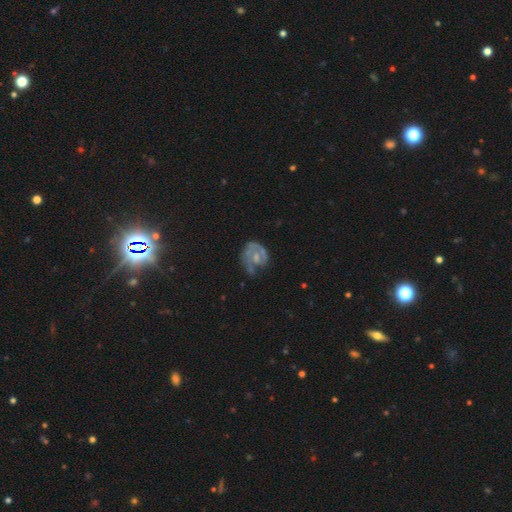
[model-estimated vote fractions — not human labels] smooth-or-featured: featured or disk: 67% | smooth: 25% | star or artifact: 7%
  disk-edge-on: no: 98% | yes: 2%
    bar: no: 66% | weak: 28% | strong: 5%
    has-spiral-arms: yes: 71% | no: 29%
    bulge-size: small: 40% | moderate: 37% | none: 18% | large: 3% | dominant: 1%
  merging: none: 42% | major disturbance: 28% | minor disturbance: 26% | merger: 4%